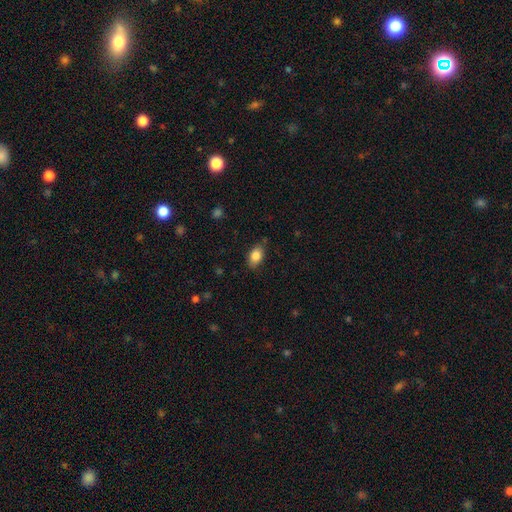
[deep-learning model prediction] Smooth or featured?
  - smooth: 84% *
  - star or artifact: 8%
  - featured or disk: 8%
How rounded?
  - in between: 87% *
  - round: 11%
  - cigar-shaped: 2%
Merging?
  - none: 81% *
  - minor disturbance: 15%
  - major disturbance: 3%
  - merger: 1%